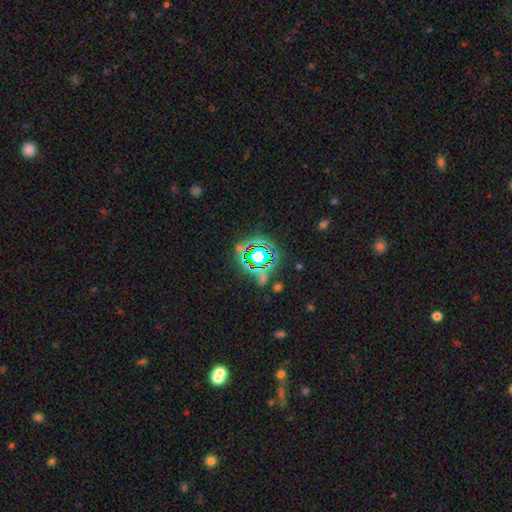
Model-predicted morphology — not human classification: type=star or artifact (72%).